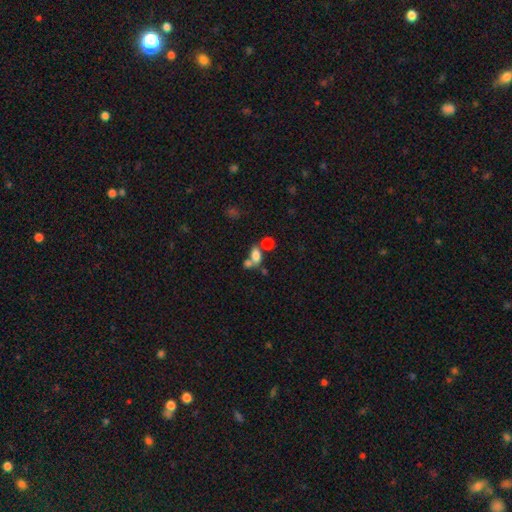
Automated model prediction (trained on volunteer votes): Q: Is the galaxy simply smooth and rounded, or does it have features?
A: smooth — 74%.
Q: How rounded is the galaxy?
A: in between — 83%.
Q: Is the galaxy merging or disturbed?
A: merger — 46%.